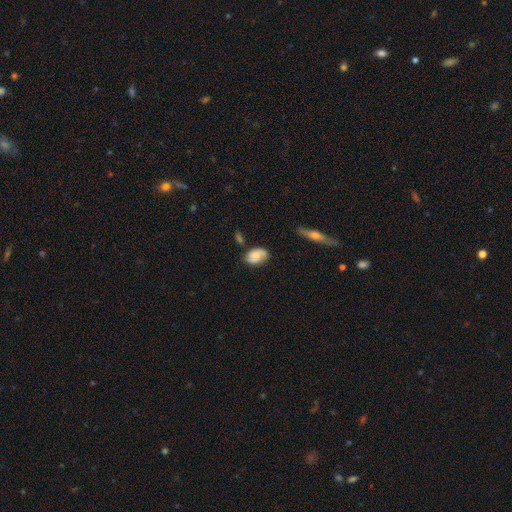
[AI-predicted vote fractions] Smooth or featured? smooth (67%)
How rounded? in between (86%)
Merging? none (59%)